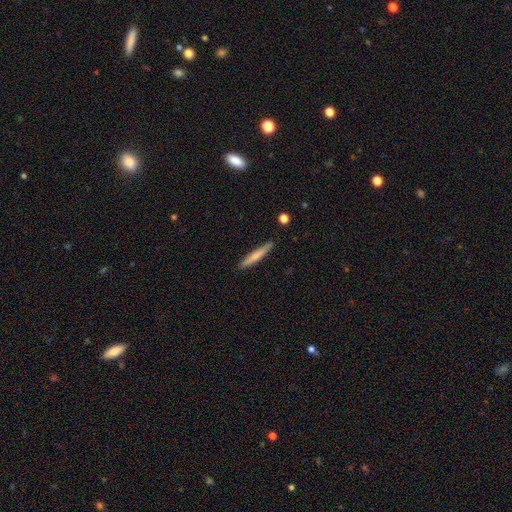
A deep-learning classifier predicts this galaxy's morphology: This is likely a smooth galaxy (68%). How rounded: clearly cigar-shaped (94%). Merging: clearly none (88%).